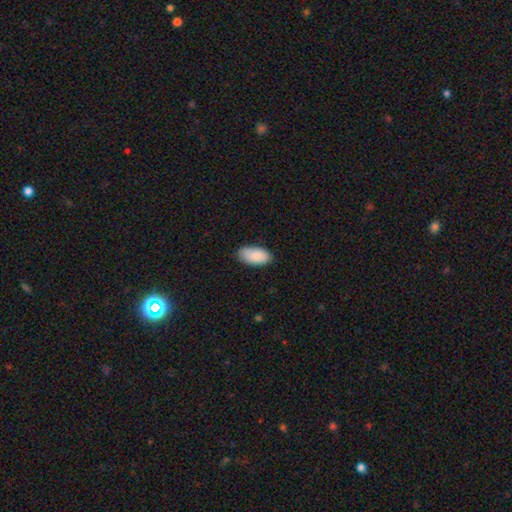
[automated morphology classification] smooth 89%, star or artifact 6%, featured or disk 5%. Down the decision tree: how rounded — in between (95%); merging — none (83%).